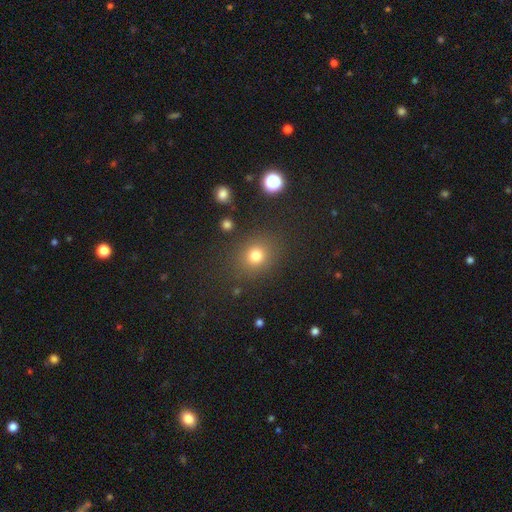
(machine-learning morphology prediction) A smooth galaxy with no disk features (77%) that is round (75%).

Vote fractions:
- Smooth or featured? smooth: 77% / star or artifact: 16% / featured or disk: 7%
- How rounded? round: 75% / in between: 24% / cigar-shaped: 1%
- Merging? none: 83% / minor disturbance: 10% / major disturbance: 4% / merger: 3%